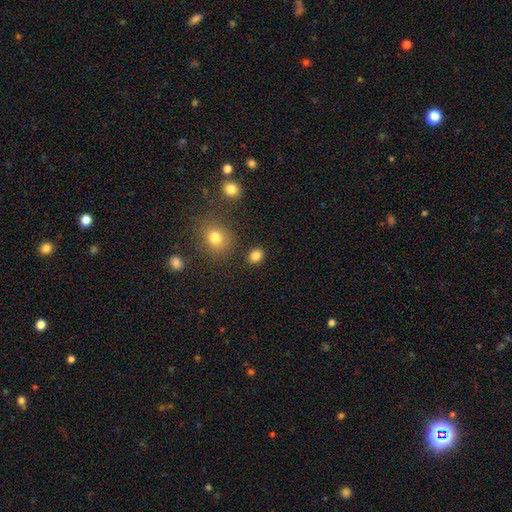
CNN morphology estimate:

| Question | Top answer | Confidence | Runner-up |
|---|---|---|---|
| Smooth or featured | smooth | 83% | star or artifact (12%) |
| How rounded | in between | 56% | round (42%) |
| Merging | none | 85% | minor disturbance (8%) |